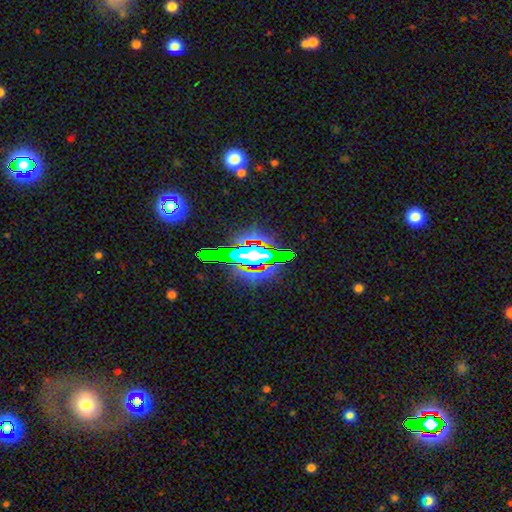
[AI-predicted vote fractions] smooth_or_featured: star or artifact (p=0.54) [alt: featured or disk p=0.23]